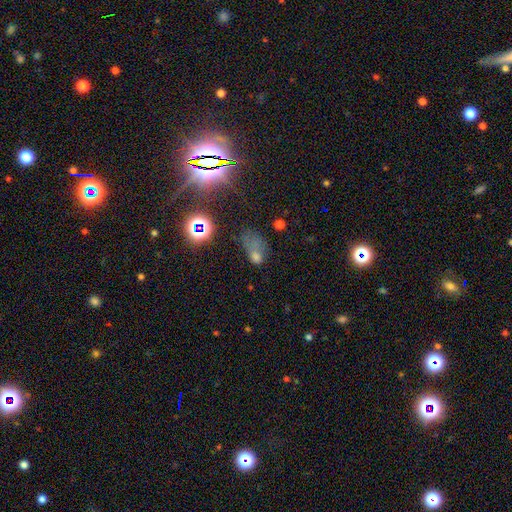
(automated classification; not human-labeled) A smooth galaxy with no disk features (46%).

Vote fractions:
- Smooth or featured? smooth: 46% / star or artifact: 34% / featured or disk: 20%
- Merging? major disturbance: 32% / none: 29% / minor disturbance: 20% / merger: 19%